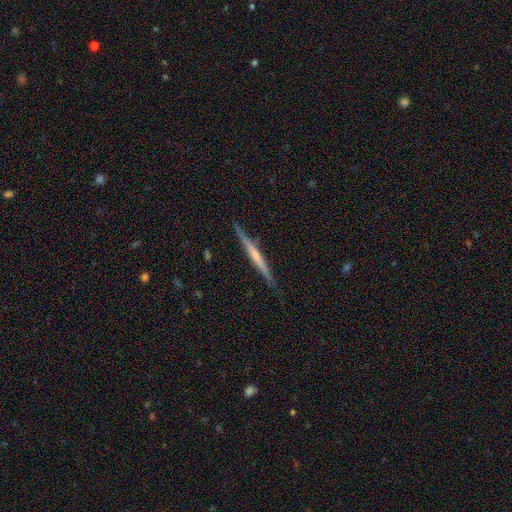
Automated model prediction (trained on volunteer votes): featured or disk 60%, smooth 35%, star or artifact 6%. Down the decision tree: edge-on disk — yes (97%); edge-on bulge — none (65%); merging — none (86%).